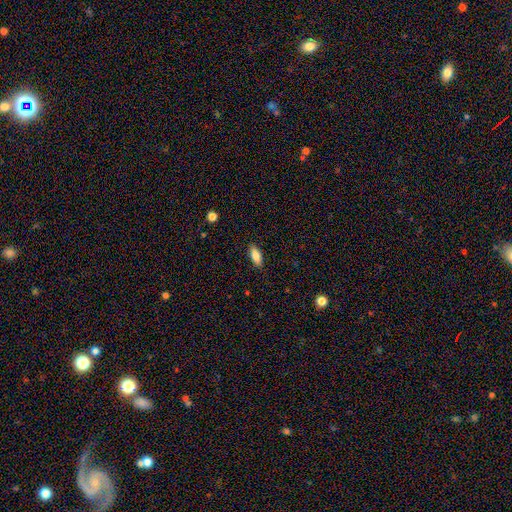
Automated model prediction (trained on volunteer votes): smooth-or-featured: smooth: 82% | featured or disk: 11% | star or artifact: 7%
  how-rounded: in between: 75% | cigar-shaped: 23% | round: 2%
  merging: none: 88% | minor disturbance: 9% | major disturbance: 2% | merger: 1%